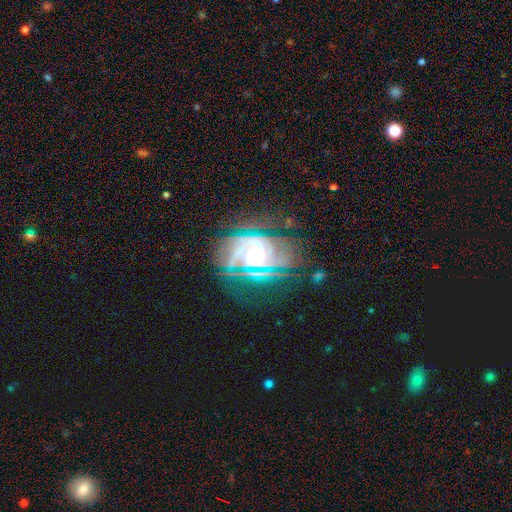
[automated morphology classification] type=featured or disk (80%); edge-on=no (94%); bar=no (70%); spiral arms=yes (88%); winding=tight (61%); arm count=can't tell (33%); bulge=moderate (68%); merging=none (61%).